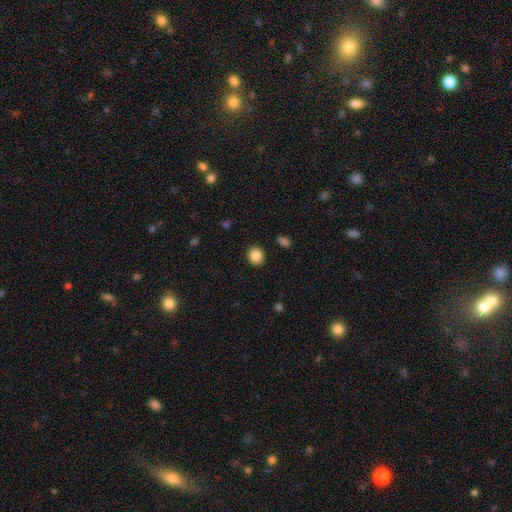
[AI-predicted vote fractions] smooth_or_featured: smooth (p=0.87) [alt: star or artifact p=0.09]
how_rounded: round (p=0.80) [alt: in between p=0.19]
merging: none (p=0.90) [alt: minor disturbance p=0.06]